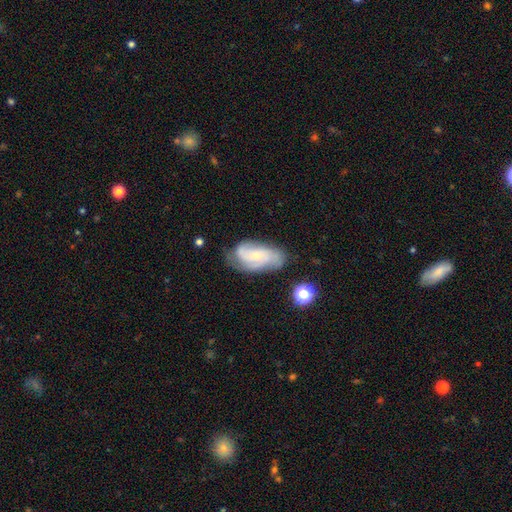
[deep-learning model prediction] This is likely a featured or disk galaxy (72%). It is clearly not viewed edge-on (95%). Bar: likely no (62%). Spiral arm pattern: clearly yes (93%). Spiral arm count: marginally 3 (33%). Spiral winding: marginally tight (43%). Central bulge: likely small (66%). Merging: likely none (64%).